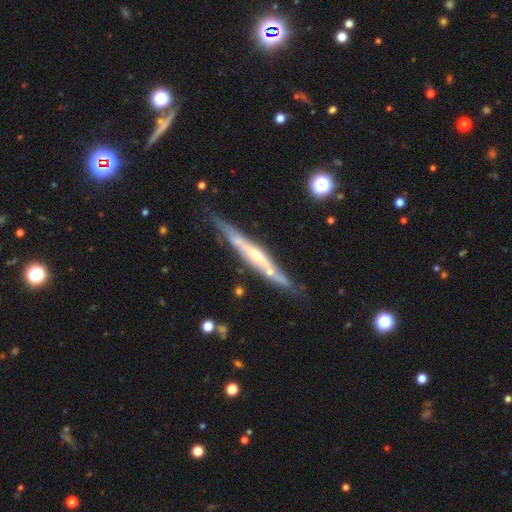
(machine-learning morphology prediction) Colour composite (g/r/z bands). It shows a featured or disk galaxy (75%) viewed edge-on (90%) with a rounded central bulge (51%). Merging: none (77%).